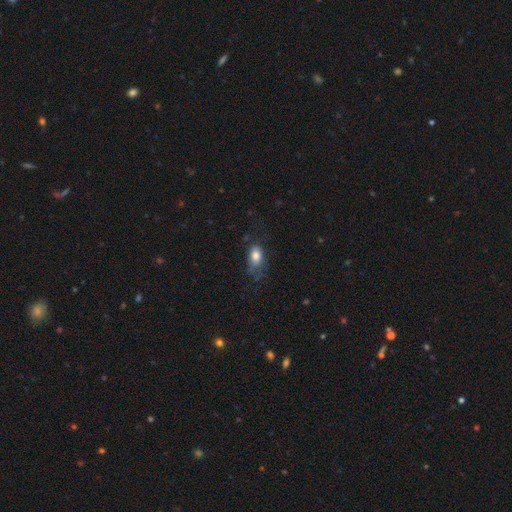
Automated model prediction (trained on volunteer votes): Q: Smooth or featured?
A: smooth (77%); runner-up: featured or disk (14%)
Q: How rounded?
A: in between (86%); runner-up: round (11%)
Q: Merging?
A: none (45%); runner-up: minor disturbance (30%)